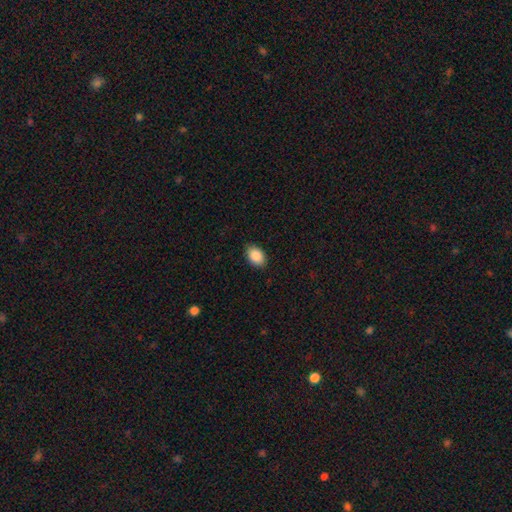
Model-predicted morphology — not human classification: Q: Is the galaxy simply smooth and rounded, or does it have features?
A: smooth — 88%.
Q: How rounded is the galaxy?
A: in between — 83%.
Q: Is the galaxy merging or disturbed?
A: none — 88%.